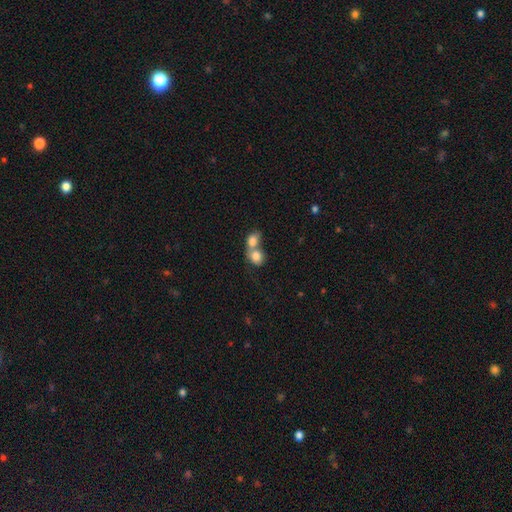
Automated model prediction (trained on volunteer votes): This is clearly a smooth galaxy (81%). How rounded: possibly round (59%). Merging: likely merger (72%).